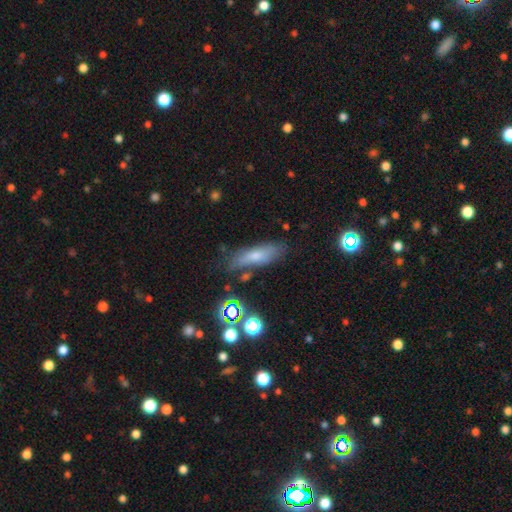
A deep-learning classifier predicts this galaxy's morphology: type=smooth (59%); roundness=cigar-shaped (55%); merging=none (73%).